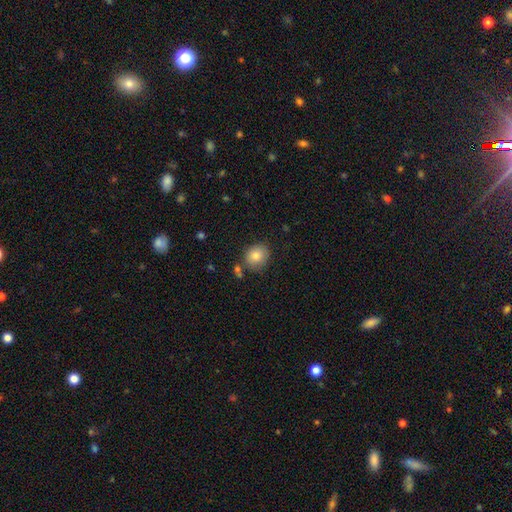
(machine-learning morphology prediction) Smooth or featured? smooth (81%)
How rounded? round (67%)
Merging? none (75%)